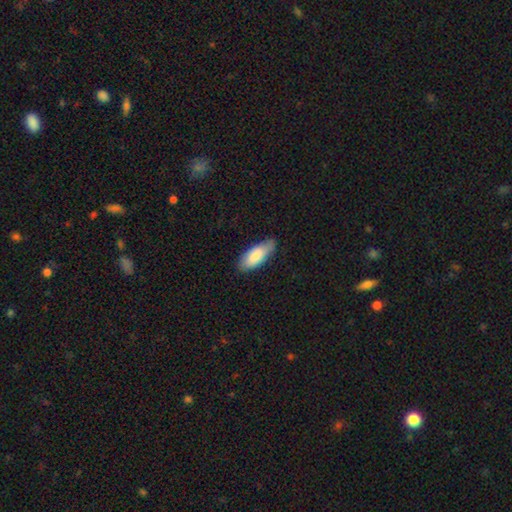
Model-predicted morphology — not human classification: Smooth or featured? Predicted: smooth (p=0.82). How rounded? Predicted: in between (p=0.79). Merging? Predicted: none (p=0.77).